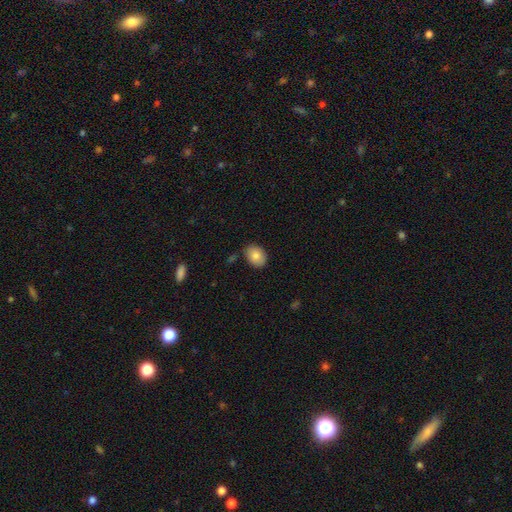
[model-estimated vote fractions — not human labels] smooth-or-featured: smooth: 83% | featured or disk: 9% | star or artifact: 7%
  how-rounded: in between: 75% | round: 24% | cigar-shaped: 1%
  merging: none: 84% | minor disturbance: 12% | merger: 2% | major disturbance: 2%